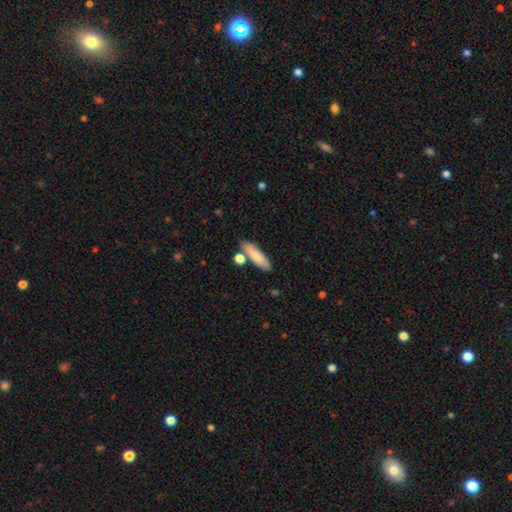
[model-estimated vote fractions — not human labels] Smooth or featured: smooth — 82% (featured or disk — 12%)
How rounded: cigar-shaped — 58% (in between — 40%)
Merging: none — 76% (minor disturbance — 12%)